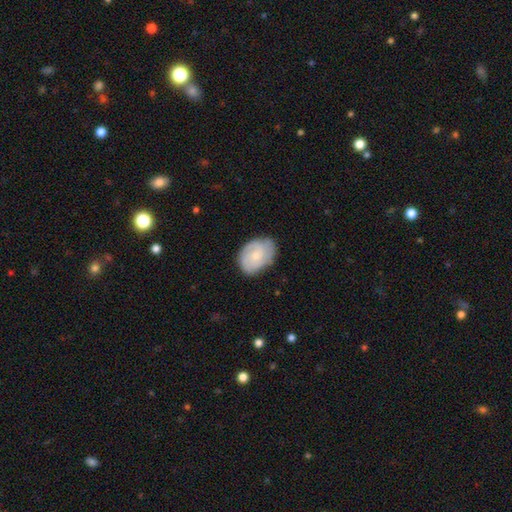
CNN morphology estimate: This is possibly a smooth galaxy (52%). How rounded: likely in between (76%). Merging: likely none (71%).